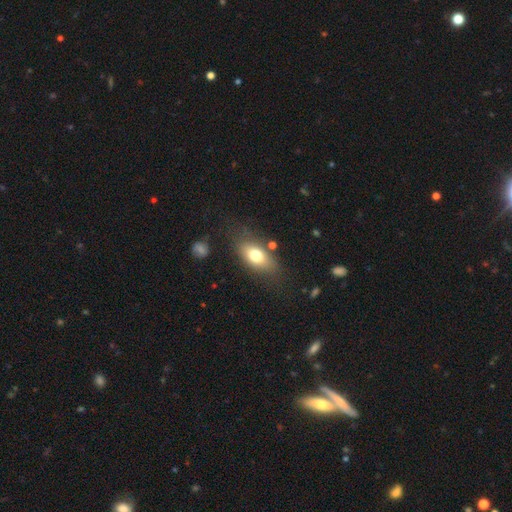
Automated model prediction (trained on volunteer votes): The model was most divided on "smooth or featured": smooth: 72%, featured or disk: 20%, star or artifact: 8%. More confident: how rounded — in between (84%); merging — none (74%).